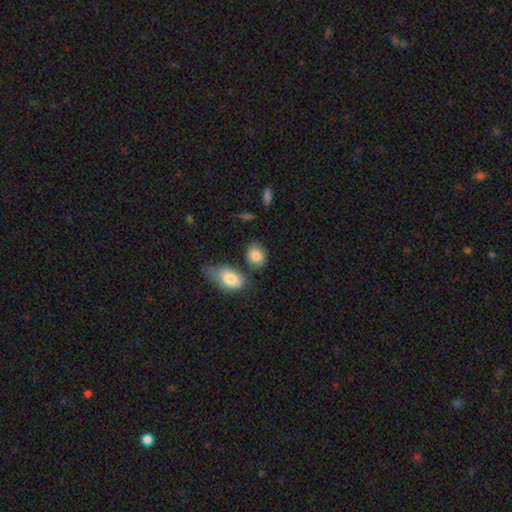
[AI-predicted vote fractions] The model was most divided on "how rounded": in between: 61%, round: 37%, cigar-shaped: 2%. More confident: smooth or featured — smooth (85%); merging — none (64%).